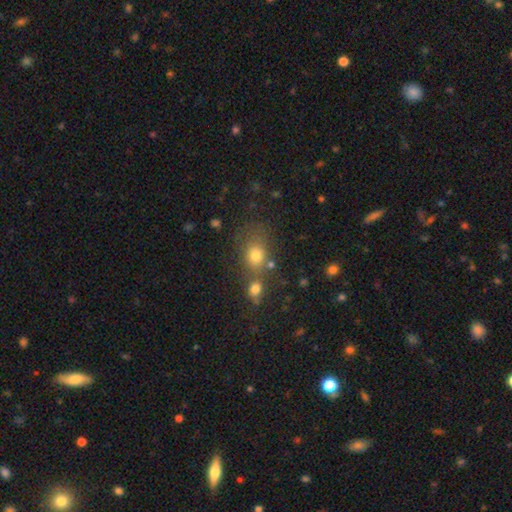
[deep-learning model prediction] This is likely a smooth galaxy (74%). How rounded: possibly in between (49%, tied with round). Merging: possibly none (53%).